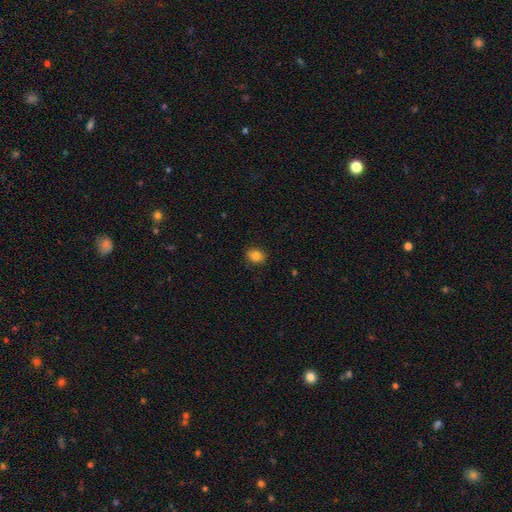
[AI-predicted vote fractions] A smooth galaxy with no disk features (84%) that is round (50%).

Vote fractions:
- Smooth or featured? smooth: 84% / star or artifact: 11% / featured or disk: 6%
- How rounded? round: 50% / in between: 49% / cigar-shaped: 1%
- Merging? none: 87% / minor disturbance: 10% / major disturbance: 2% / merger: 1%